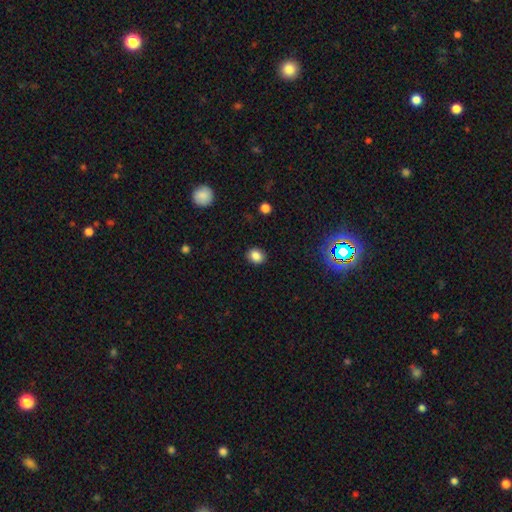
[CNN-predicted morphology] Smooth or featured? Predicted: smooth (p=0.85). How rounded? Predicted: round (p=0.57). Merging? Predicted: none (p=0.88).